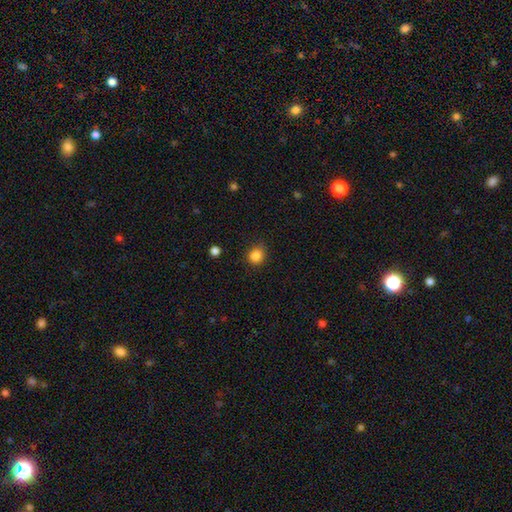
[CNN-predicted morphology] Overall: smooth (85%). How rounded: round (82%). Merging: none (79%).